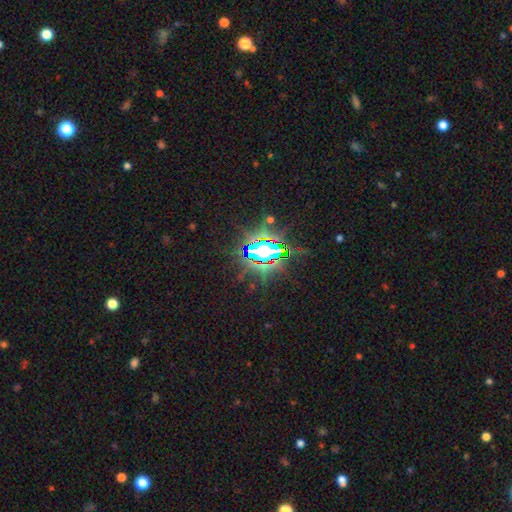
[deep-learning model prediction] Smooth or featured?
  - star or artifact: 82% *
  - smooth: 10%
  - featured or disk: 8%